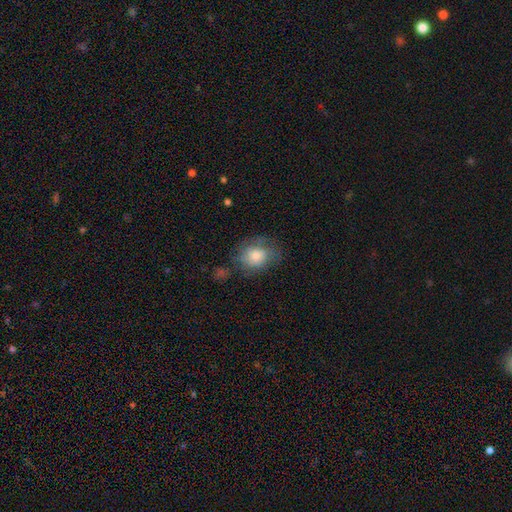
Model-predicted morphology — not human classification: A smooth galaxy with no disk features (69%) that is round (50%). Merging: none (57%).